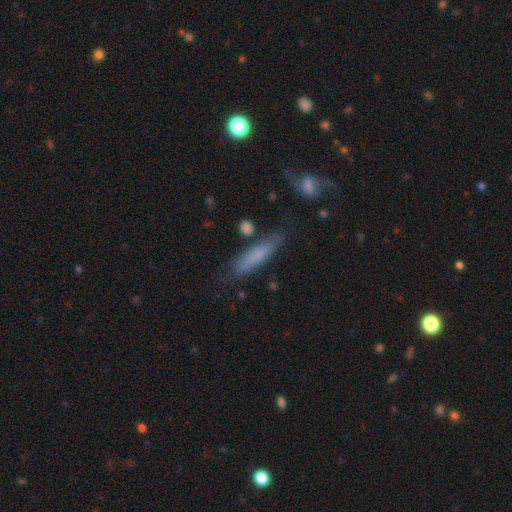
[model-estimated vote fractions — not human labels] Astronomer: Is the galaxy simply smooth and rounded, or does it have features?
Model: smooth — 69%.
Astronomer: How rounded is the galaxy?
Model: cigar-shaped — 79%.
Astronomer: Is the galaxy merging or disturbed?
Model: none — 74%.